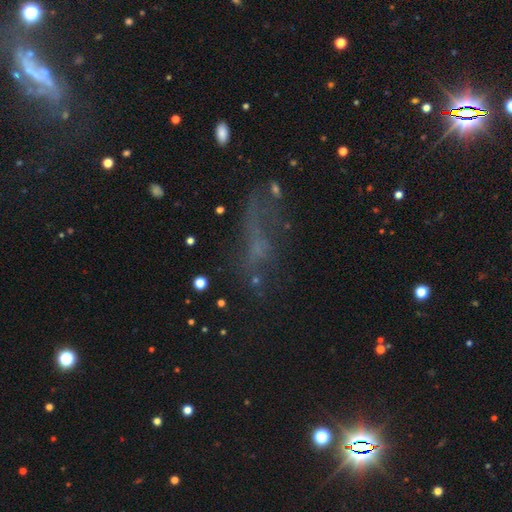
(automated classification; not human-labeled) Morphology: type=star or artifact (38%).